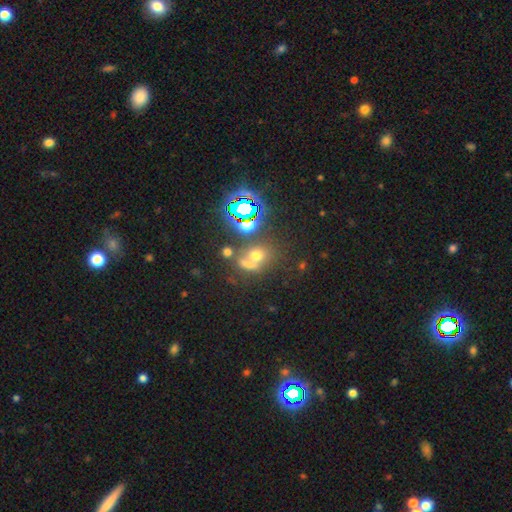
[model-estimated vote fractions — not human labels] Smooth or featured: smooth — 51% (star or artifact — 35%)
How rounded: round — 60% (in between — 37%)
Merging: none — 42% (merger — 41%)